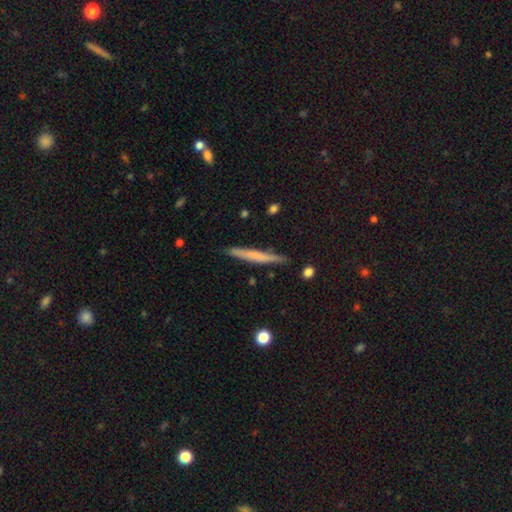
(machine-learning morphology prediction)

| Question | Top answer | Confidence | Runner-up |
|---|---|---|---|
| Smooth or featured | smooth | 56% | featured or disk (38%) |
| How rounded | cigar-shaped | 96% | in between (3%) |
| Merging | none | 86% | minor disturbance (10%) |